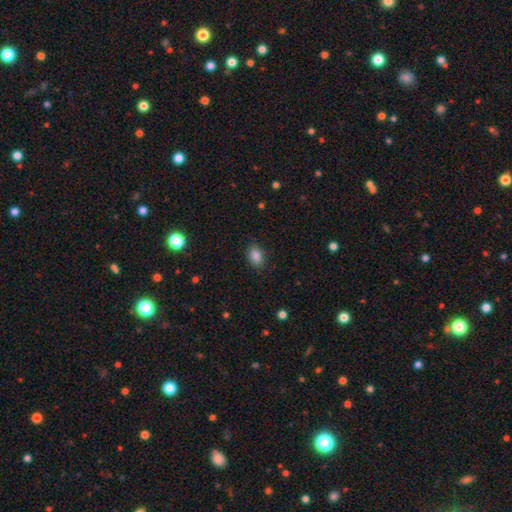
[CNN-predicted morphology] Q: Smooth or featured?
A: smooth (86%); runner-up: star or artifact (9%)
Q: How rounded?
A: in between (80%); runner-up: round (19%)
Q: Merging?
A: none (83%); runner-up: minor disturbance (13%)